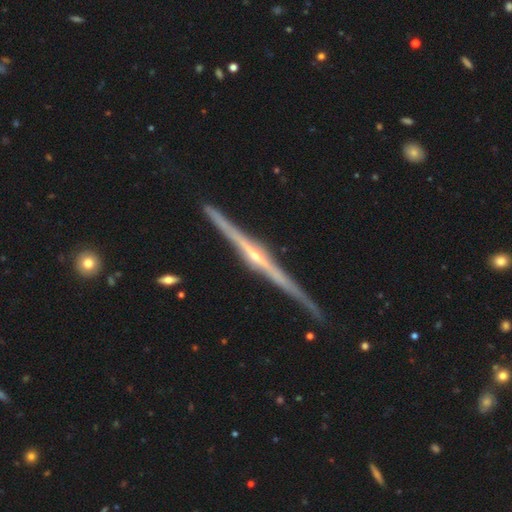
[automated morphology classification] A featured or disk galaxy (87%) viewed edge-on (98%) with a rounded central bulge (72%).

Vote fractions:
- Smooth or featured? featured or disk: 87% / smooth: 7% / star or artifact: 5%
- Edge-on disk? yes: 98% / no: 2%
- Edge-on bulge? rounded: 72% / none: 19% / boxy: 8%
- Merging? none: 87% / minor disturbance: 10% / major disturbance: 2% / merger: 2%